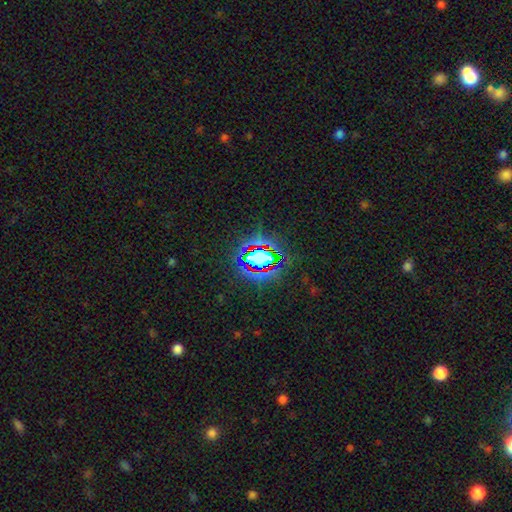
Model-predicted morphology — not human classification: A star or artifact, not a galaxy (68%).

Vote fractions:
- Smooth or featured? star or artifact: 68% / smooth: 20% / featured or disk: 11%